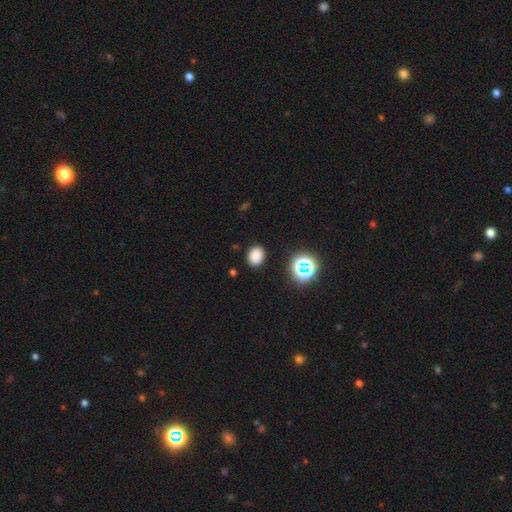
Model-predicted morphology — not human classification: type=smooth (80%); roundness=in between (51%); merging=none (87%).